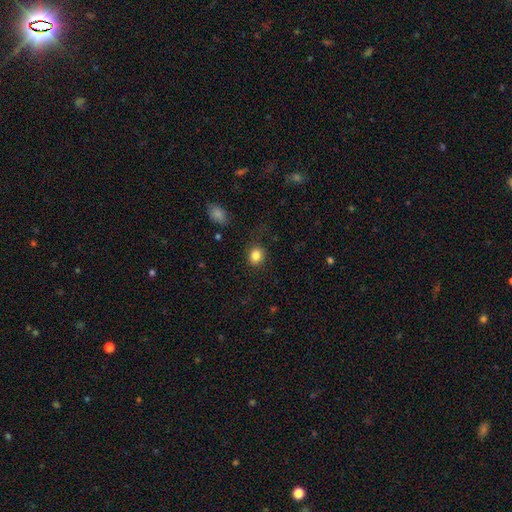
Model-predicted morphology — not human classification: smooth_or_featured: smooth (p=0.84) [alt: star or artifact p=0.10]
how_rounded: round (p=0.68) [alt: in between p=0.31]
merging: none (p=0.85) [alt: minor disturbance p=0.10]